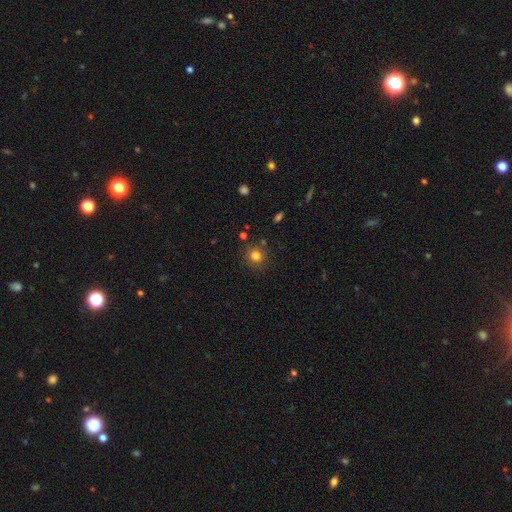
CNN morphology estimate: Smooth or featured?
  - smooth: 79% *
  - star or artifact: 14%
  - featured or disk: 7%
How rounded?
  - round: 89% *
  - in between: 11%
  - cigar-shaped: 1%
Merging?
  - none: 85% *
  - minor disturbance: 9%
  - merger: 4%
  - major disturbance: 3%